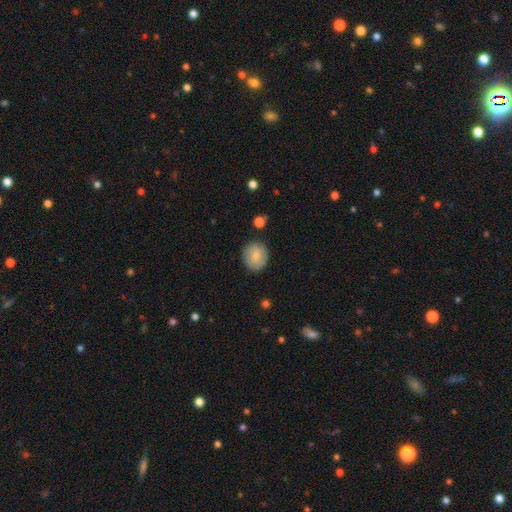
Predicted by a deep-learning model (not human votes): This is likely a smooth galaxy (77%). How rounded: clearly round (82%). Merging: clearly none (86%).